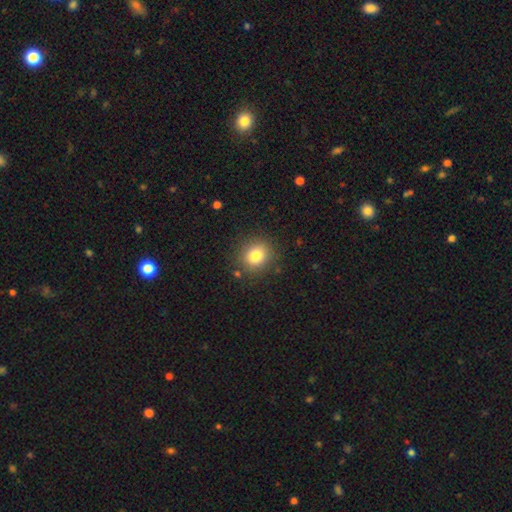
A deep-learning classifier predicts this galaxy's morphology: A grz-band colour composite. It shows a smooth galaxy with no disk features (81%) that is round (78%). Merging: none (87%).